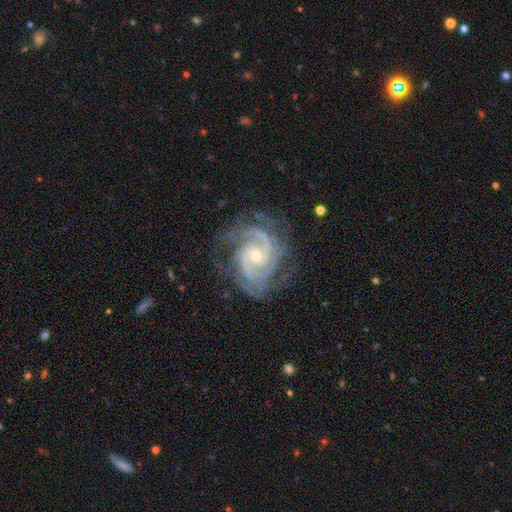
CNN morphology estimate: This appears to be a featured or disk galaxy (93%) with no bar (65%), 2 (43%) tight (66%) spiral arms (99%) and a small central bulge (67%). Merging: none (73%).